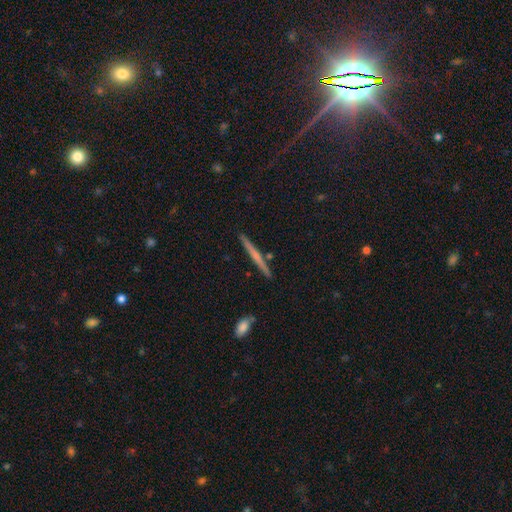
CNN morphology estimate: Q: Smooth or featured?
A: featured or disk (52%); runner-up: smooth (41%)
Q: Edge-on disk?
A: yes (98%); runner-up: no (2%)
Q: Edge-on bulge?
A: none (63%); runner-up: rounded (31%)
Q: Merging?
A: none (90%); runner-up: minor disturbance (6%)